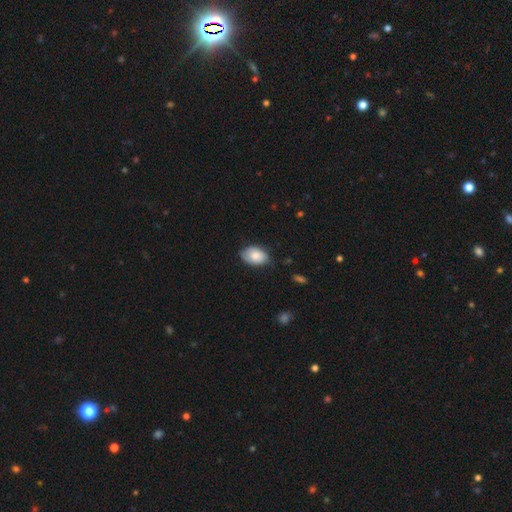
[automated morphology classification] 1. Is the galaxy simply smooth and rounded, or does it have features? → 78% smooth, 15% featured or disk, 7% star or artifact.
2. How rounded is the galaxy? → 87% in between, 12% round, 1% cigar-shaped.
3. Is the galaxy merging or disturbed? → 65% none, 28% minor disturbance, 5% major disturbance, 1% merger.